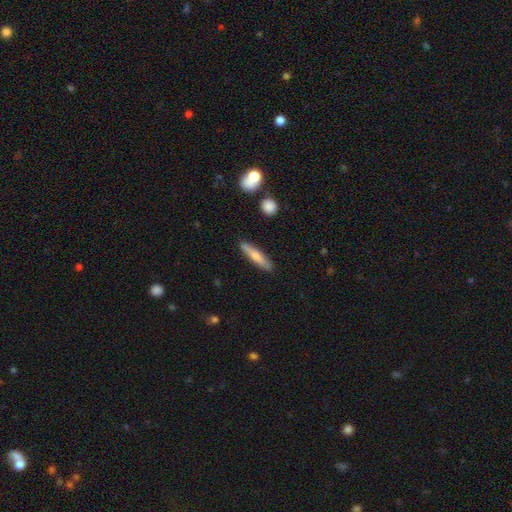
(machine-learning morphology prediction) This is likely a smooth galaxy (64%). How rounded: clearly cigar-shaped (85%). Merging: clearly none (88%).